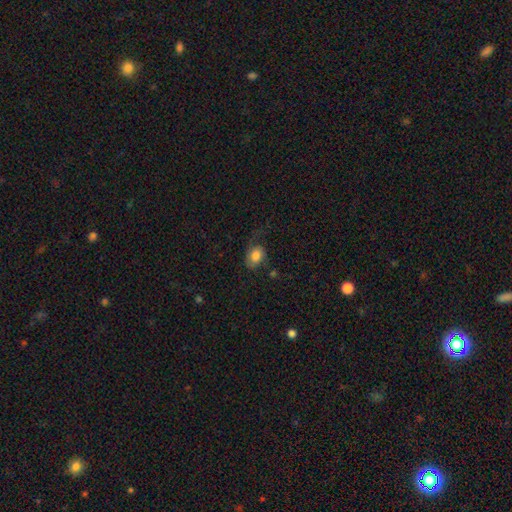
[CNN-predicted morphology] smooth-or-featured: smooth: 68% | featured or disk: 24% | star or artifact: 8%
  how-rounded: in between: 71% | round: 27% | cigar-shaped: 1%
  merging: none: 42% | major disturbance: 30% | minor disturbance: 25% | merger: 3%